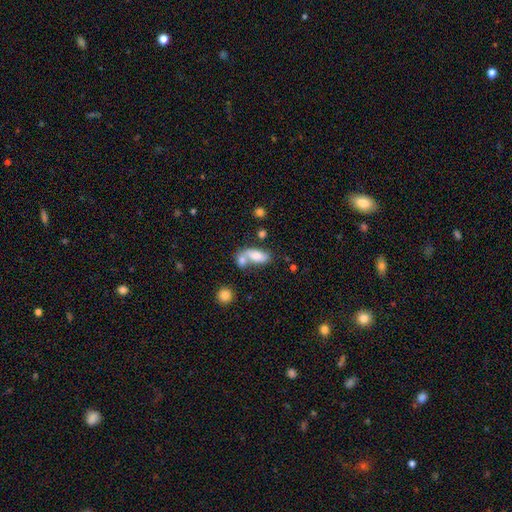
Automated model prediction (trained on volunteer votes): smooth 73%, featured or disk 19%, star or artifact 8%. Down the decision tree: how rounded — in between (84%); merging — merger (51%).